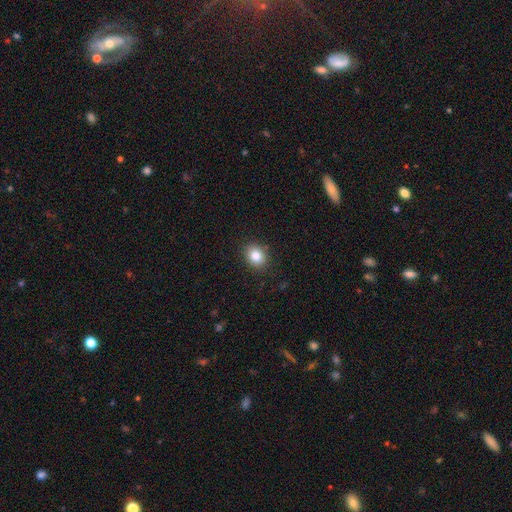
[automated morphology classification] The model was most divided on "how rounded": round: 53%, in between: 46%, cigar-shaped: 1%. More confident: merging — none (88%); smooth or featured — smooth (84%).